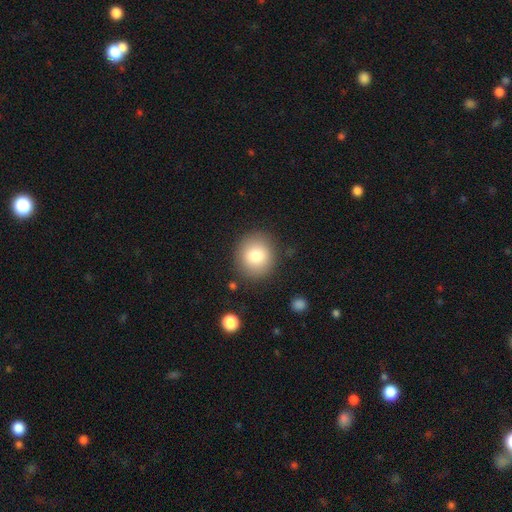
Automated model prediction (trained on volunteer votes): This is clearly a smooth galaxy (81%). How rounded: clearly round (83%). Merging: clearly none (86%).